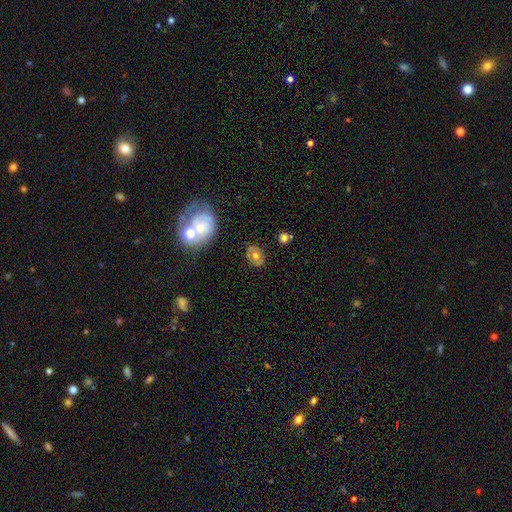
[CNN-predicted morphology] The model was most divided on "how rounded": in between: 54%, round: 44%, cigar-shaped: 1%. More confident: merging — none (77%); smooth or featured — smooth (59%).